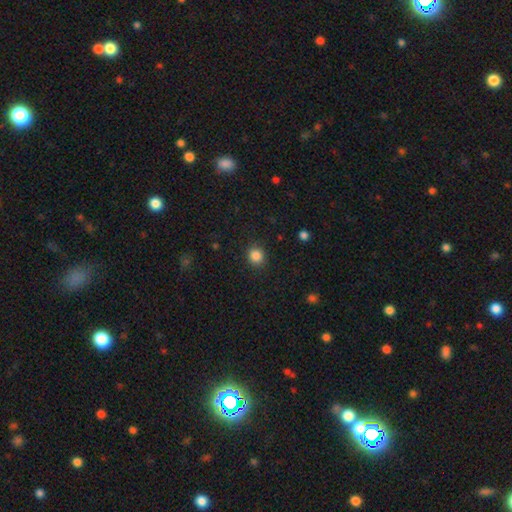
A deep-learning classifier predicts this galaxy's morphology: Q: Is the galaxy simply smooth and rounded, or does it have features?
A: smooth — 85%.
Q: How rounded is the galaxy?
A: round — 87%.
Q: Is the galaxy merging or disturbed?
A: none — 89%.